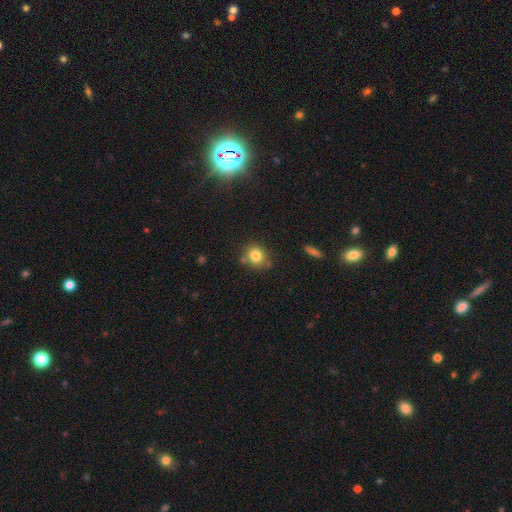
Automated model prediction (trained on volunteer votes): Smooth or featured?
  - smooth: 80% *
  - star or artifact: 11%
  - featured or disk: 9%
How rounded?
  - round: 77% *
  - in between: 22%
  - cigar-shaped: 1%
Merging?
  - none: 72% *
  - minor disturbance: 14%
  - merger: 10%
  - major disturbance: 4%